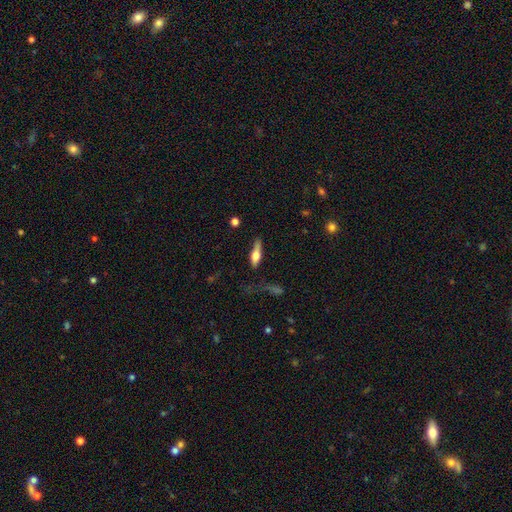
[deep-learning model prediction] smooth 57%, featured or disk 36%, star or artifact 7%. Down the decision tree: how rounded — cigar-shaped (50%); merging — none (55%).